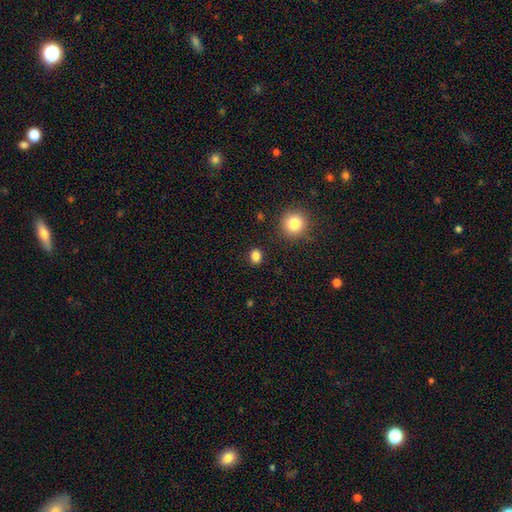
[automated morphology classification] Smooth or featured? Predicted: smooth (p=0.84). How rounded? Predicted: round (p=0.65). Merging? Predicted: none (p=0.87).